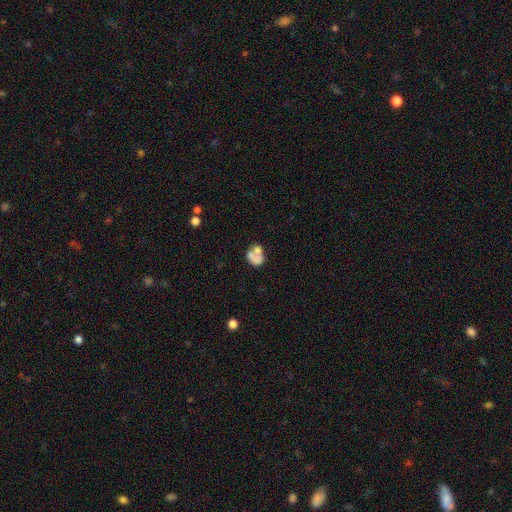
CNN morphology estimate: Q: Smooth or featured?
A: smooth (60%); runner-up: featured or disk (29%)
Q: How rounded?
A: round (50%); runner-up: in between (49%)
Q: Merging?
A: merger (42%); runner-up: none (31%)